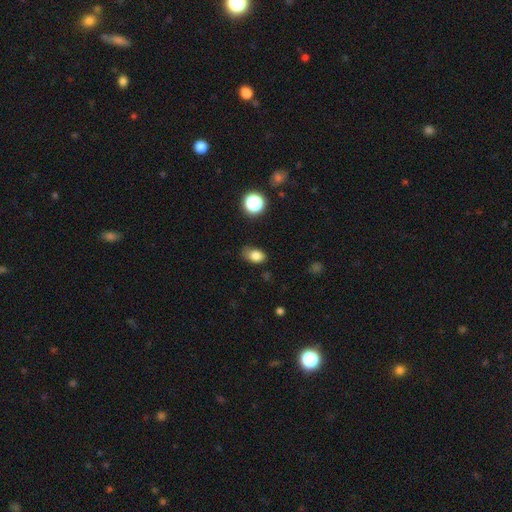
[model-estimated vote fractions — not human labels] A smooth galaxy with no disk features (81%) that is in between round and cigar-shaped (80%). Merging: none (60%).